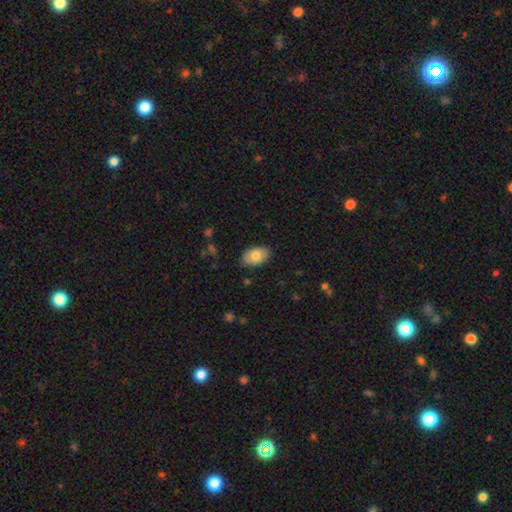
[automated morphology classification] smooth_or_featured: smooth (p=0.77) [alt: featured or disk p=0.17]
how_rounded: in between (p=0.93) [alt: round p=0.06]
merging: none (p=0.85) [alt: minor disturbance p=0.12]